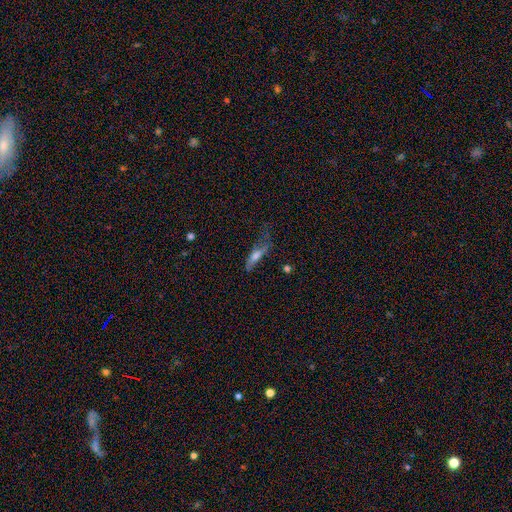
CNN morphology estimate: Overall: smooth (56%; featured or disk 36%). How rounded: cigar-shaped (56%; in between 41%). Merging: major disturbance (35%; none 32%).